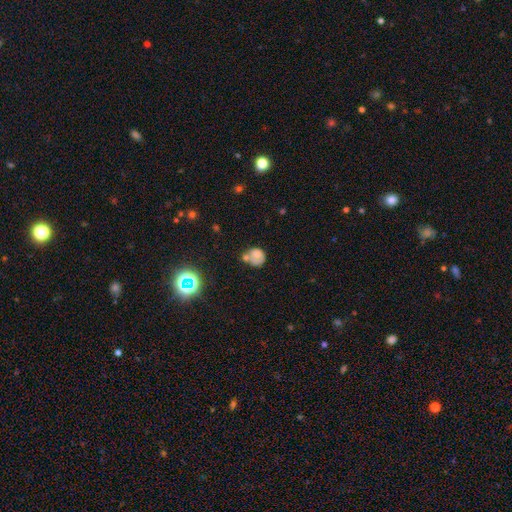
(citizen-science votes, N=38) Smooth or featured? smooth (68%)
How rounded? round (77%)
Merging? none (46%)